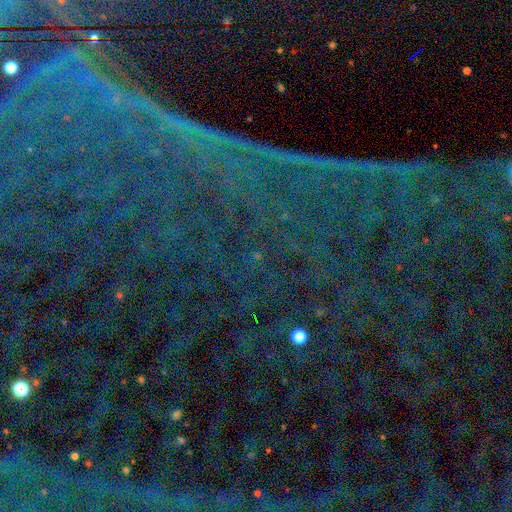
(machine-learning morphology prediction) The model was most divided on "smooth or featured": star or artifact: 87%, smooth: 7%, featured or disk: 6%.